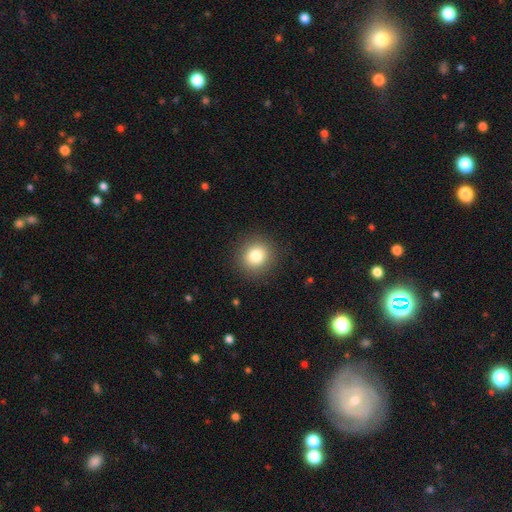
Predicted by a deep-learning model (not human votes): A smooth galaxy with no disk features (81%) that is round (90%). Merging: none (90%).